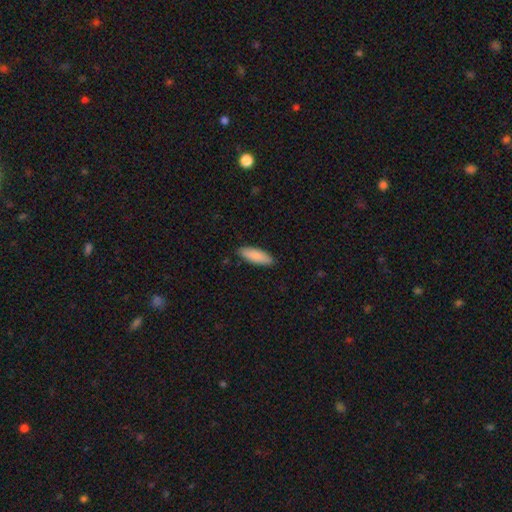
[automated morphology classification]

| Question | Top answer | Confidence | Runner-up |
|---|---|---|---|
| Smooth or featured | smooth | 89% | featured or disk (6%) |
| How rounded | in between | 61% | cigar-shaped (37%) |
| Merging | none | 88% | minor disturbance (9%) |